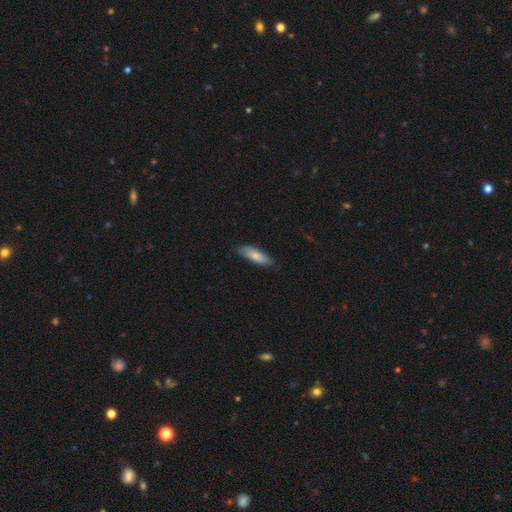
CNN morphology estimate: This appears to be a smooth galaxy with no disk features (79%) that is cigar-shaped (52%). Merging: none (81%).